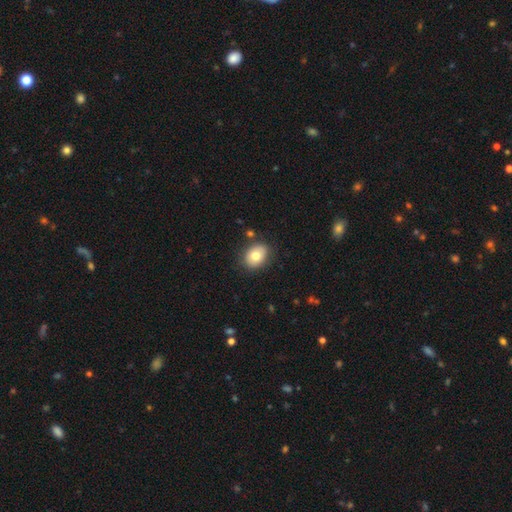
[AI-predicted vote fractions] smooth 77%, featured or disk 14%, star or artifact 8%. Down the decision tree: how rounded — in between (59%); merging — none (83%).